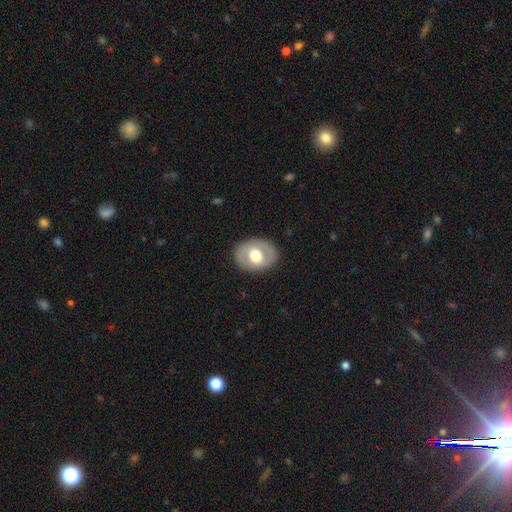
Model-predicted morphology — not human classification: Smooth or featured? Predicted: smooth (p=0.53). How rounded? Predicted: in between (p=0.61). Merging? Predicted: none (p=0.84).